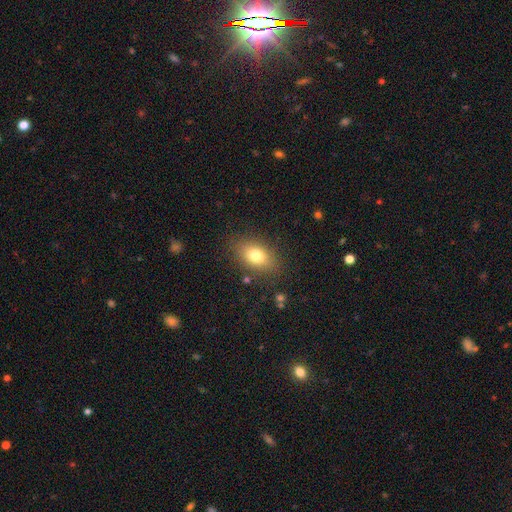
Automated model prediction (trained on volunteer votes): smooth_or_featured: smooth (p=0.77) [alt: featured or disk p=0.13]
how_rounded: in between (p=0.81) [alt: round p=0.17]
merging: none (p=0.83) [alt: minor disturbance p=0.11]